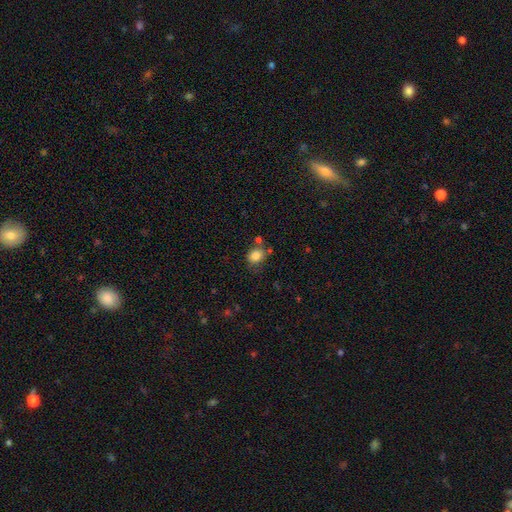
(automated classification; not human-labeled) This appears to be a smooth galaxy with no disk features (83%) that is round (50%). Merging: none (64%).